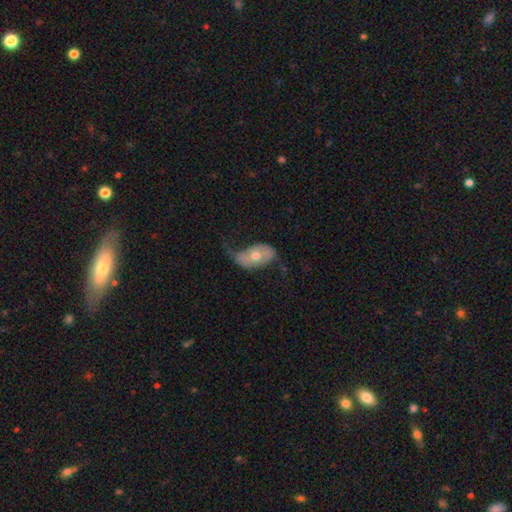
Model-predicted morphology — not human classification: Smooth or featured?
  - featured or disk: 56% *
  - smooth: 37%
  - star or artifact: 7%
Edge-on disk?
  - no: 91% *
  - yes: 9%
Bar?
  - no: 75% *
  - weak: 17%
  - strong: 8%
Spiral arms?
  - yes: 60% *
  - no: 40%
Bulge size?
  - moderate: 73% *
  - small: 20%
  - large: 5%
  - dominant: 1%
  - none: 1%
Merging?
  - none: 37% *
  - minor disturbance: 31%
  - major disturbance: 29%
  - merger: 2%